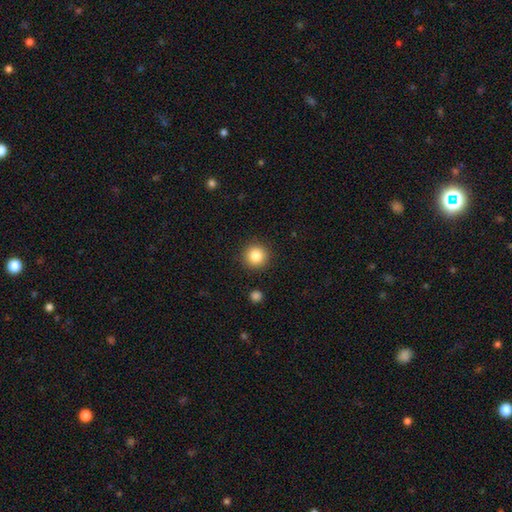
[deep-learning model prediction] Overall: smooth (84%). How rounded: round (95%). Merging: none (91%).